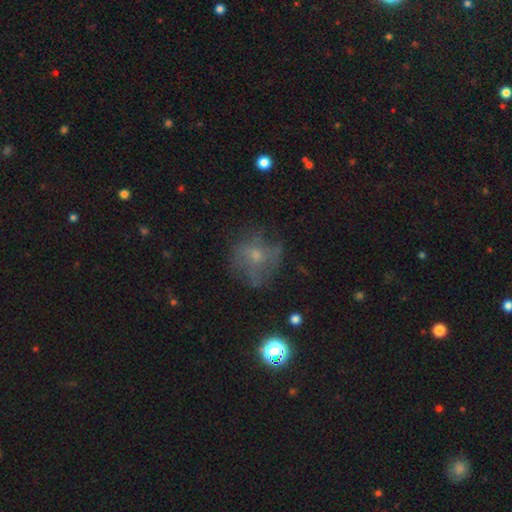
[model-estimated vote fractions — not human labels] Smooth or featured: smooth — 42% (featured or disk — 37%)
Merging: none — 62% (minor disturbance — 21%)